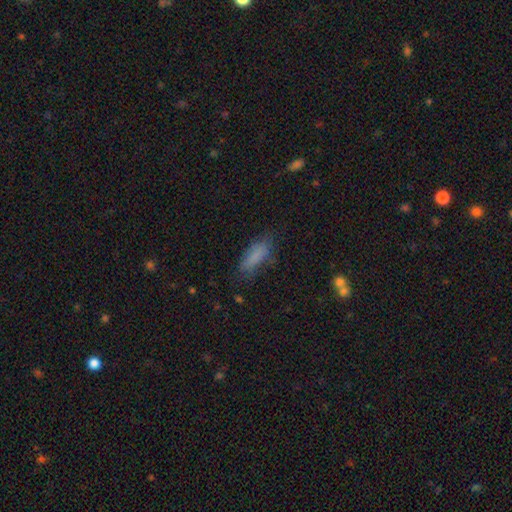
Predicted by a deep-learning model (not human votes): Smooth or featured? smooth (81%)
How rounded? in between (61%)
Merging? none (68%)